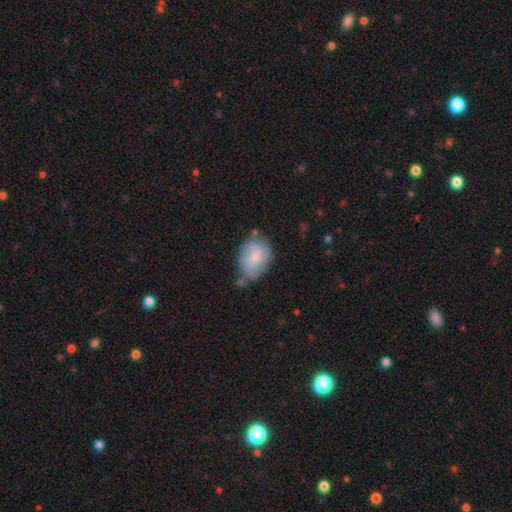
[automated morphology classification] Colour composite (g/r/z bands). It shows a smooth galaxy with no disk features (56%) that is in between round and cigar-shaped (70%). Merging: none (58%).